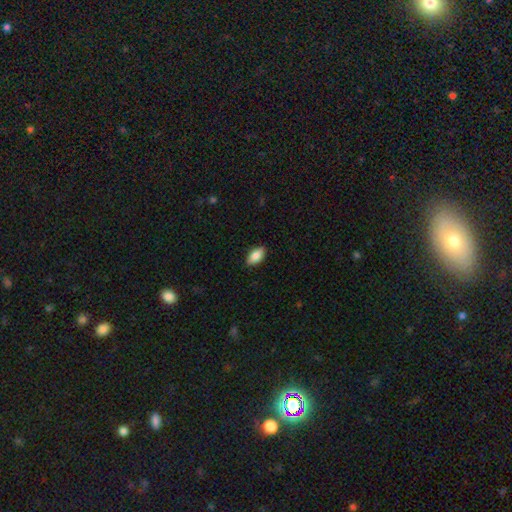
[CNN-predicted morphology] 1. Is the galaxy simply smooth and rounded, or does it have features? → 84% smooth, 10% featured or disk, 7% star or artifact.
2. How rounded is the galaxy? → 91% in between, 6% cigar-shaped, 4% round.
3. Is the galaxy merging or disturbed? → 86% none, 11% minor disturbance, 2% major disturbance, 1% merger.